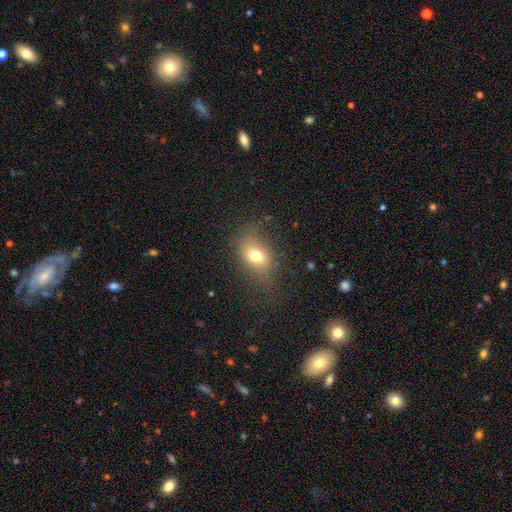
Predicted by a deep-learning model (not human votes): This appears to be a smooth galaxy with no disk features (72%) that is in between round and cigar-shaped (72%). Merging: none (70%).